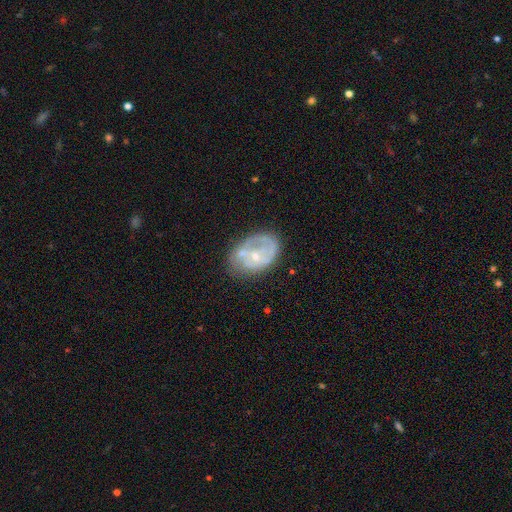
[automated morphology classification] This appears to be a featured or disk galaxy (69%) with no bar (66%), spiral arms (57%) and a small central bulge (65%). Merging: none (46%).